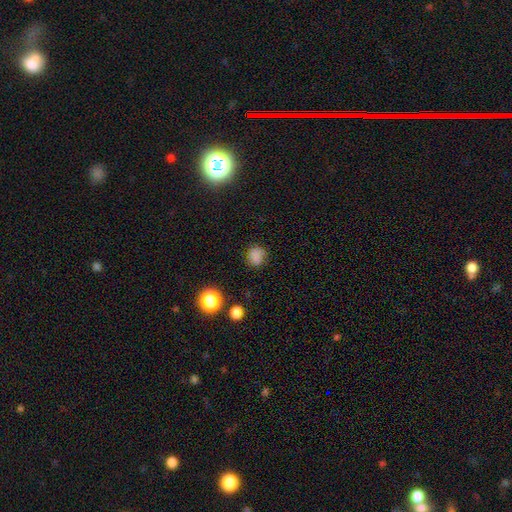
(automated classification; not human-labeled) Smooth or featured? smooth (76%)
How rounded? round (72%)
Merging? none (70%)